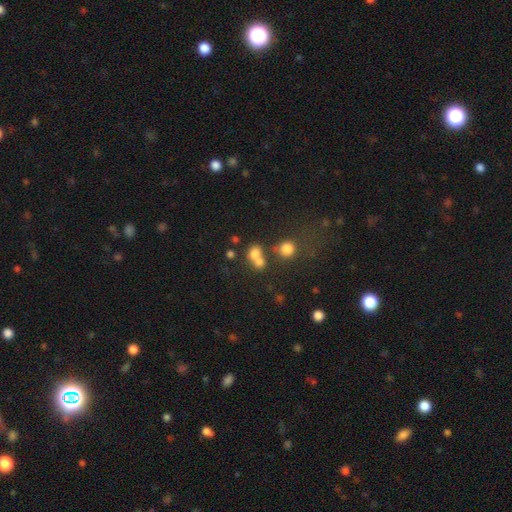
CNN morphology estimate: smooth 70%, star or artifact 16%, featured or disk 14%. Down the decision tree: how rounded — round (68%); merging — merger (54%).